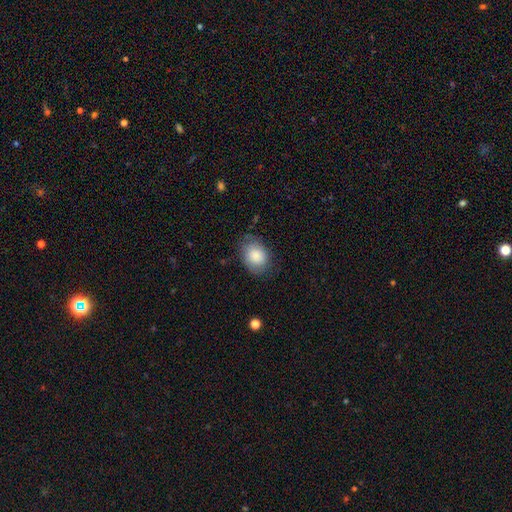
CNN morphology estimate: smooth 84%, featured or disk 9%, star or artifact 7%. Down the decision tree: how rounded — in between (60%); merging — none (73%).